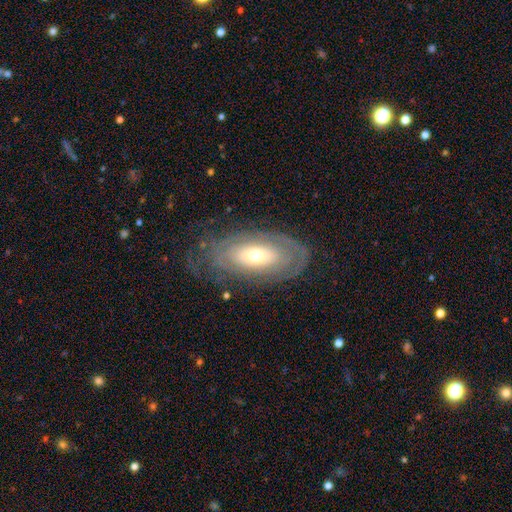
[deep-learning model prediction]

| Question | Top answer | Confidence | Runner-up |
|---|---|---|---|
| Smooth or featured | featured or disk | 61% | smooth (32%) |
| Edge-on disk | no | 88% | yes (12%) |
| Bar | no | 81% | weak (13%) |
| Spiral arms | yes | 54% | no (46%) |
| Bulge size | moderate | 52% | small (38%) |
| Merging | none | 68% | minor disturbance (19%) |